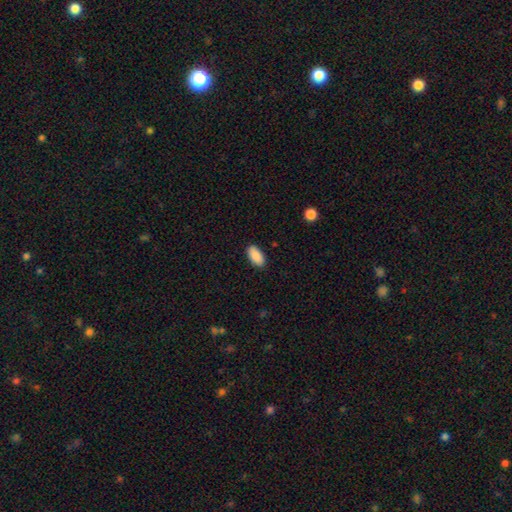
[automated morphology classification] Smooth or featured? Predicted: smooth (p=0.90). How rounded? Predicted: in between (p=0.94). Merging? Predicted: none (p=0.89).